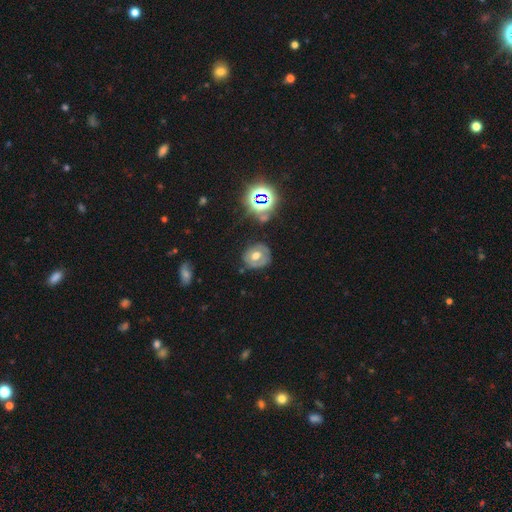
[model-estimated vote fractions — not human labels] Q: Smooth or featured?
A: featured or disk (43%); runner-up: smooth (42%)
Q: Merging?
A: none (68%); runner-up: minor disturbance (21%)